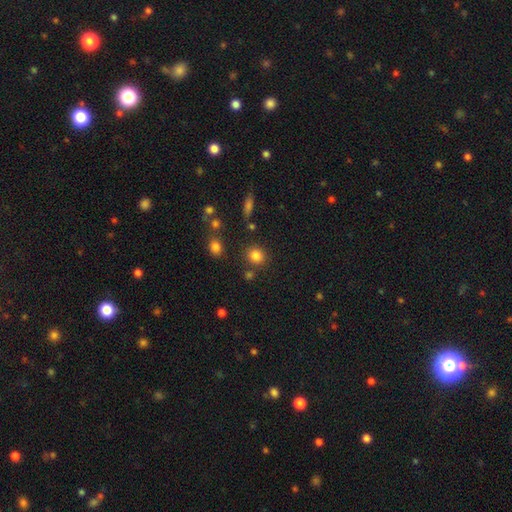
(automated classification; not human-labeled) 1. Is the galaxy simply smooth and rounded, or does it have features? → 82% smooth, 12% star or artifact, 6% featured or disk.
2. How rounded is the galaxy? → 83% round, 16% in between, 1% cigar-shaped.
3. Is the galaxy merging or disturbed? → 80% none, 9% minor disturbance, 7% merger, 4% major disturbance.